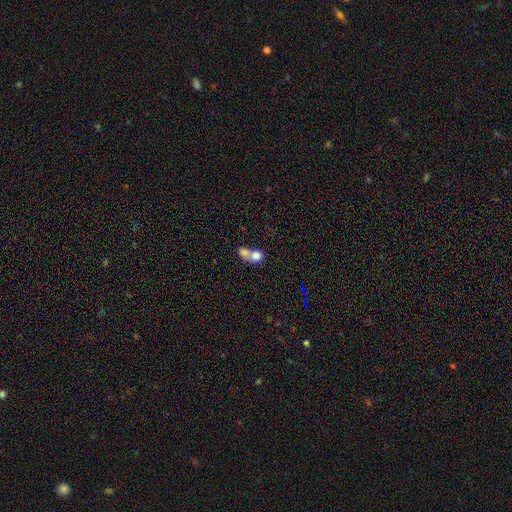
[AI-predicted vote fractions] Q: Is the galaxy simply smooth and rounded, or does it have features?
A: smooth — 75%.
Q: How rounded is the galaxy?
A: round — 67%.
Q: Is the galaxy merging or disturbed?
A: merger — 72%.